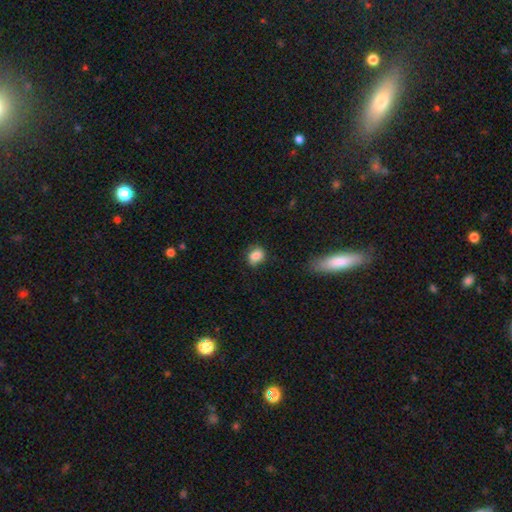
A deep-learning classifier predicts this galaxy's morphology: Smooth or featured? Predicted: smooth (p=0.85). How rounded? Predicted: round (p=0.50). Merging? Predicted: none (p=0.71).